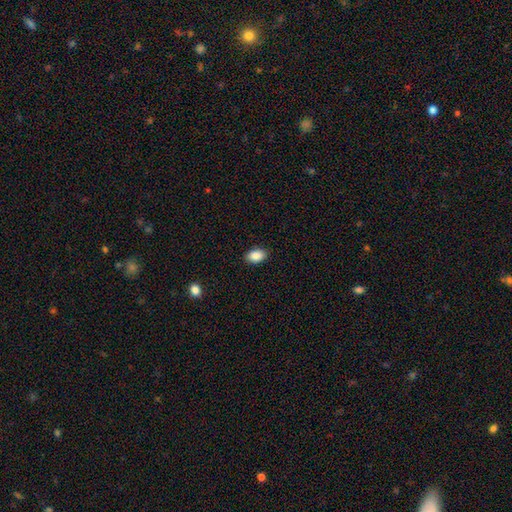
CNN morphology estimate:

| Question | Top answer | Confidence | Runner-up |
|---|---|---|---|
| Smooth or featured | smooth | 88% | star or artifact (8%) |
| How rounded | in between | 89% | round (10%) |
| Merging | none | 89% | minor disturbance (8%) |